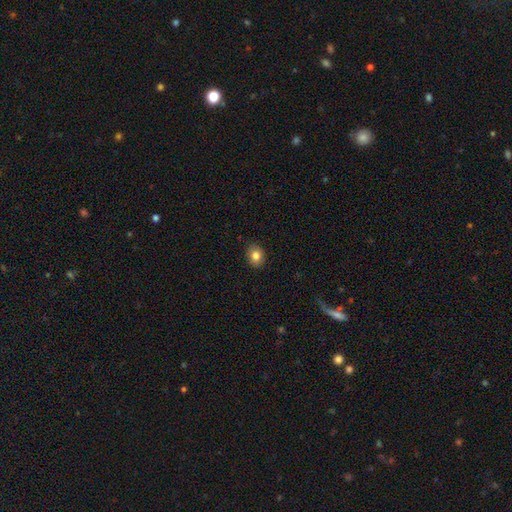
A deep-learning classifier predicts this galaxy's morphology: type=smooth (81%); roundness=in between (55%); merging=none (89%).